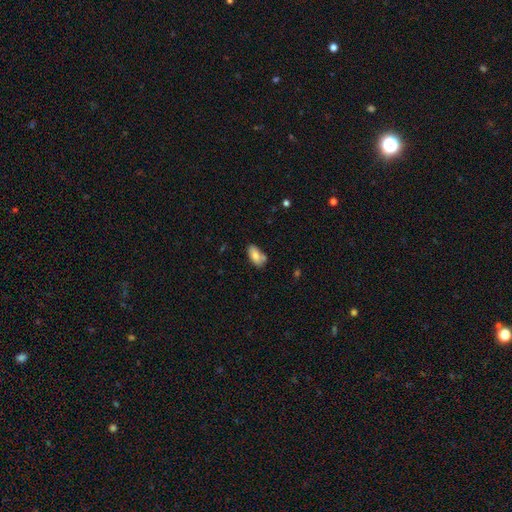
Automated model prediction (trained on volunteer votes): Smooth or featured?
  - smooth: 76% *
  - featured or disk: 16%
  - star or artifact: 7%
How rounded?
  - in between: 91% *
  - cigar-shaped: 5%
  - round: 3%
Merging?
  - none: 60% *
  - minor disturbance: 23%
  - merger: 12%
  - major disturbance: 5%